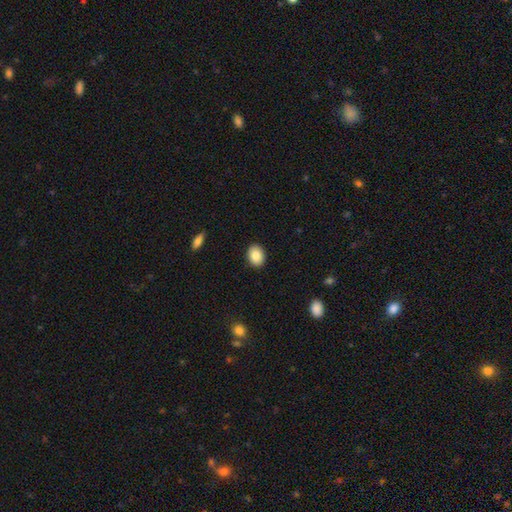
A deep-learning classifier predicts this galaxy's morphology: Smooth or featured?
  - smooth: 86% *
  - star or artifact: 8%
  - featured or disk: 6%
How rounded?
  - in between: 53% *
  - round: 46%
  - cigar-shaped: 1%
Merging?
  - none: 90% *
  - minor disturbance: 7%
  - major disturbance: 2%
  - merger: 1%